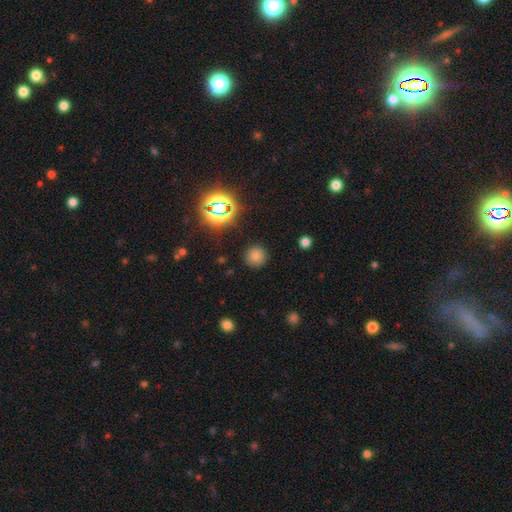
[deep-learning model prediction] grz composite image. It shows a smooth galaxy with no disk features (75%) that is round (93%). Merging: none (88%).